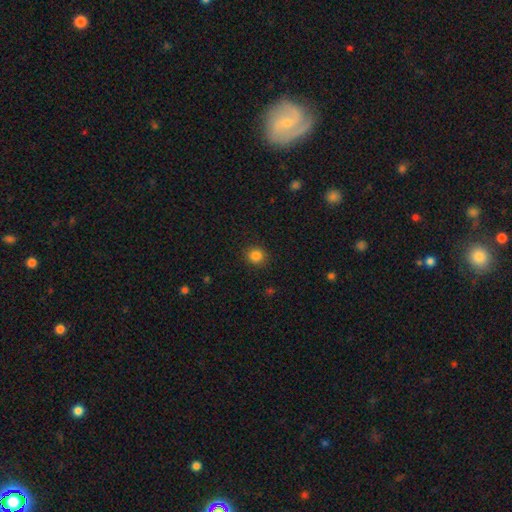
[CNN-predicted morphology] The model was most divided on "how rounded": round: 85%, in between: 14%, cigar-shaped: 1%. More confident: merging — none (89%); smooth or featured — smooth (84%).